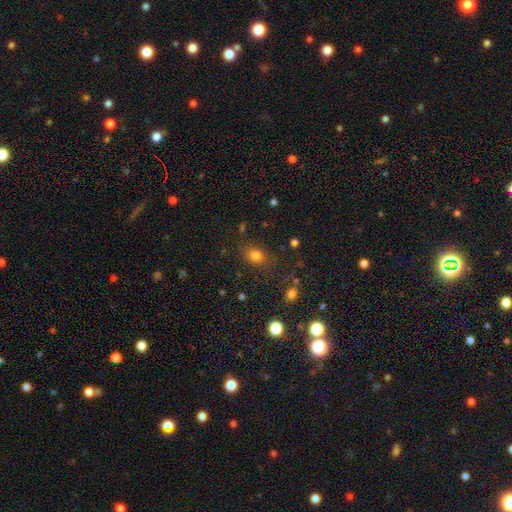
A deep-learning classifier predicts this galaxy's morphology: Overall: smooth (77%). How rounded: in between (50%; round 48%). Merging: none (77%).